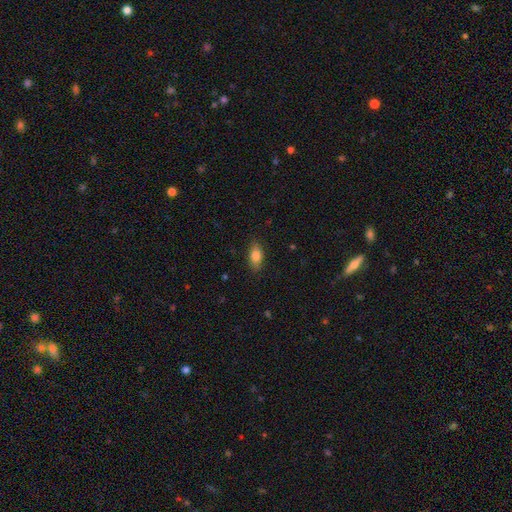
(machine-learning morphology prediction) smooth 83%, featured or disk 10%, star or artifact 8%. Down the decision tree: how rounded — in between (86%); merging — none (84%).